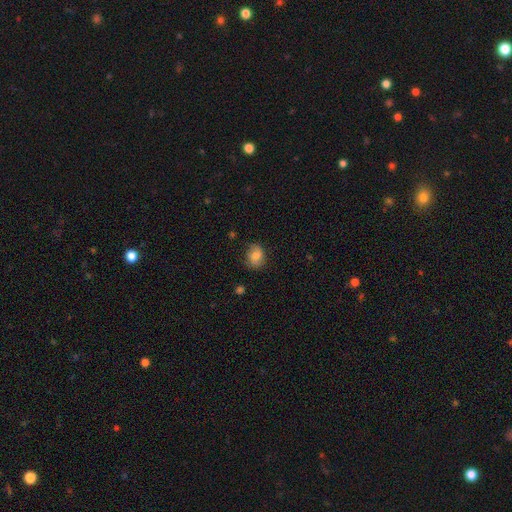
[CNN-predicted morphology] Smooth or featured? smooth (76%)
How rounded? round (51%)
Merging? none (74%)